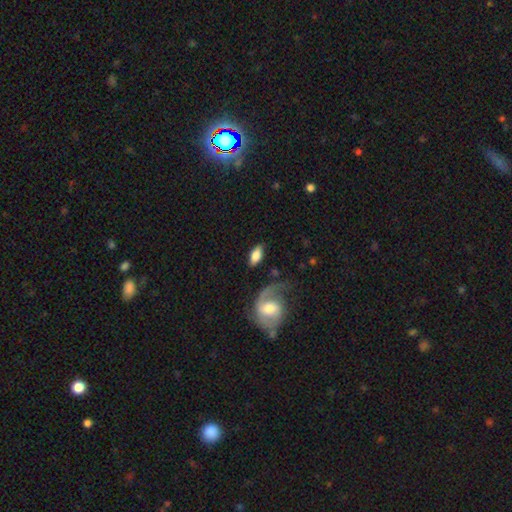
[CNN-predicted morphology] This is likely a smooth galaxy (66%). How rounded: clearly in between (86%). Merging: likely none (75%).